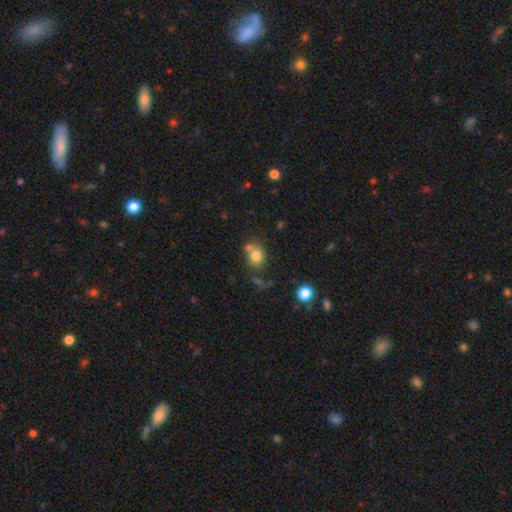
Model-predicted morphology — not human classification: This appears to be a smooth galaxy with no disk features (76%) that is round (64%). Merging: none (47%).